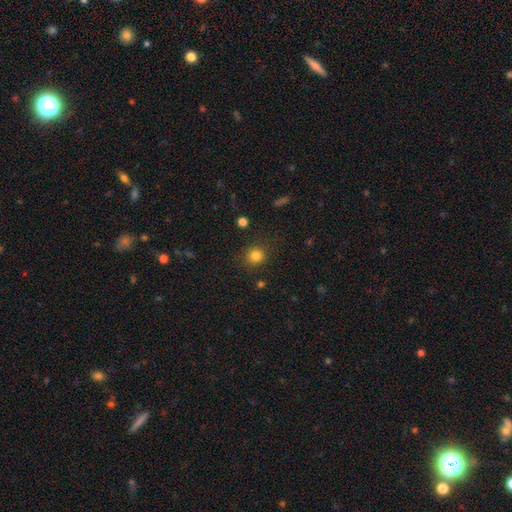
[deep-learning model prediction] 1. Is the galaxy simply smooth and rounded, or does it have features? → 82% smooth, 13% star or artifact, 5% featured or disk.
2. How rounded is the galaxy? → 88% round, 12% in between, 1% cigar-shaped.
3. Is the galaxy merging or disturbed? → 87% none, 9% minor disturbance, 3% major disturbance, 2% merger.